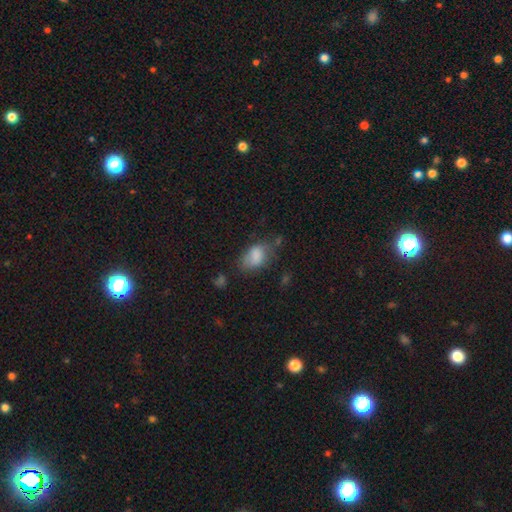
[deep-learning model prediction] A smooth galaxy with no disk features (78%) that is in between round and cigar-shaped (86%).

Vote fractions:
- Smooth or featured? smooth: 78% / featured or disk: 13% / star or artifact: 9%
- How rounded? in between: 86% / round: 12% / cigar-shaped: 2%
- Merging? none: 44% / minor disturbance: 33% / major disturbance: 18% / merger: 6%